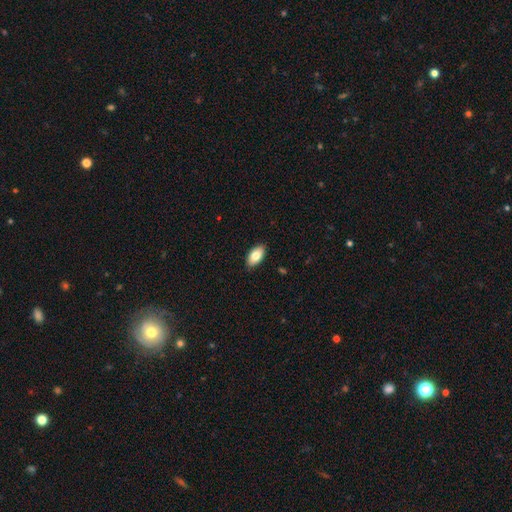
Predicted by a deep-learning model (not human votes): This appears to be a smooth galaxy with no disk features (82%) that is in between round and cigar-shaped (94%). Merging: none (89%).